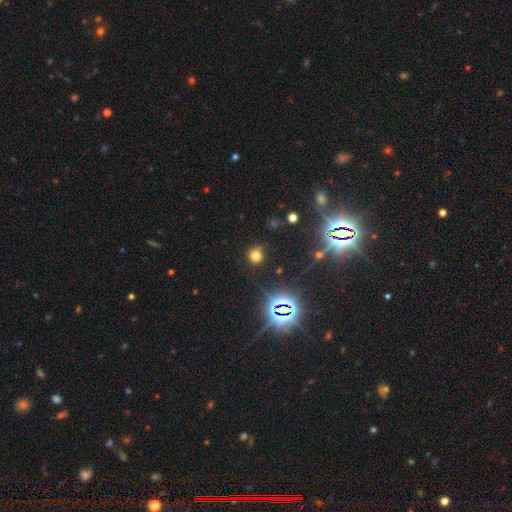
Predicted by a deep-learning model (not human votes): Smooth or featured: smooth — 66% (star or artifact — 27%)
How rounded: round — 84% (in between — 15%)
Merging: none — 81% (minor disturbance — 12%)